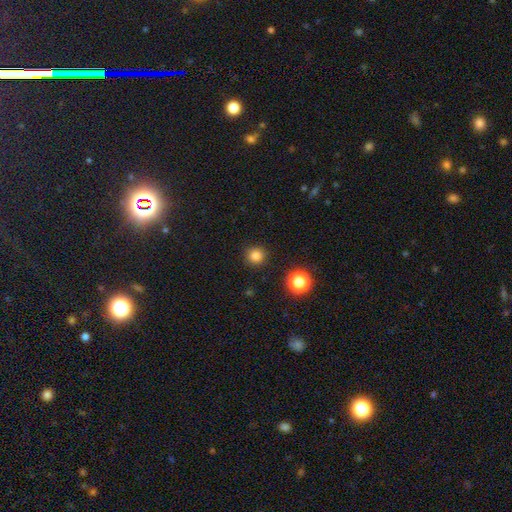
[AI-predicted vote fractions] smooth_or_featured: smooth (p=0.82) [alt: star or artifact p=0.14]
how_rounded: round (p=0.94) [alt: in between p=0.05]
merging: none (p=0.92) [alt: minor disturbance p=0.05]